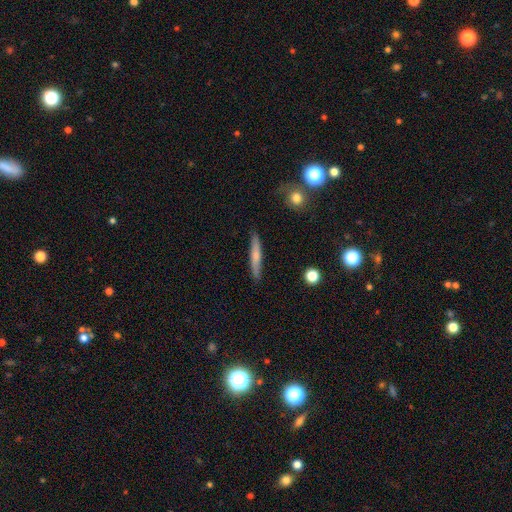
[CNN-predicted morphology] This appears to be a smooth galaxy with no disk features (58%) that is cigar-shaped (93%). Merging: none (88%).